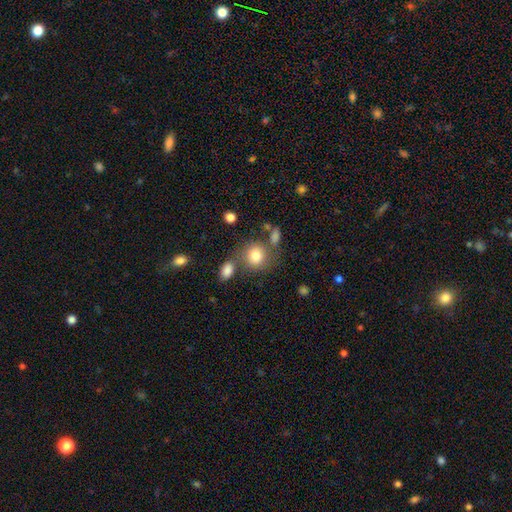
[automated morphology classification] smooth 81%, featured or disk 10%, star or artifact 9%. Down the decision tree: how rounded — round (77%); merging — none (62%).